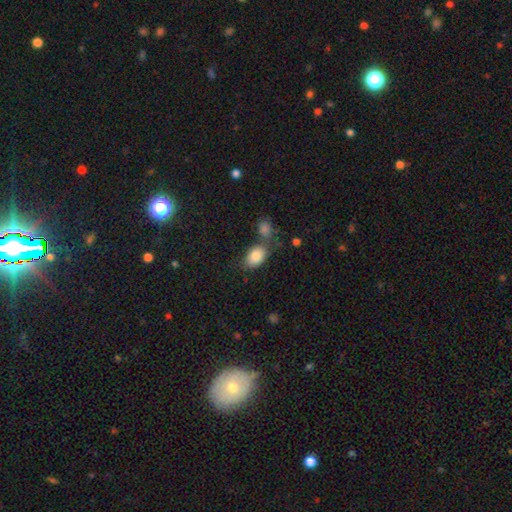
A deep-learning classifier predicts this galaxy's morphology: smooth_or_featured: smooth (p=0.84) [alt: featured or disk p=0.08]
how_rounded: in between (p=0.84) [alt: round p=0.15]
merging: none (p=0.54) [alt: merger p=0.24]